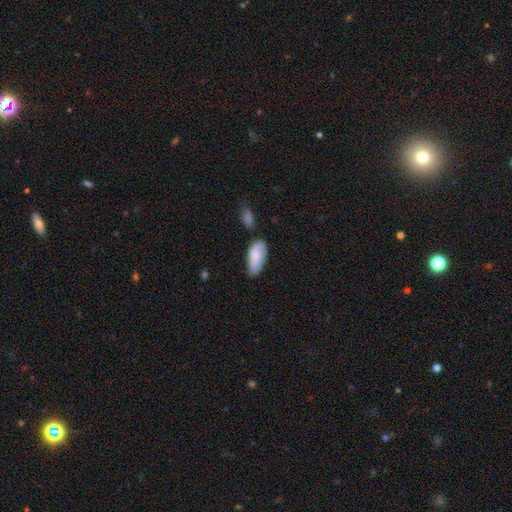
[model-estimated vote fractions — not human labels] Smooth or featured?
  - smooth: 70% *
  - featured or disk: 23%
  - star or artifact: 6%
How rounded?
  - in between: 91% *
  - cigar-shaped: 7%
  - round: 2%
Merging?
  - none: 63% *
  - minor disturbance: 25%
  - merger: 6%
  - major disturbance: 6%